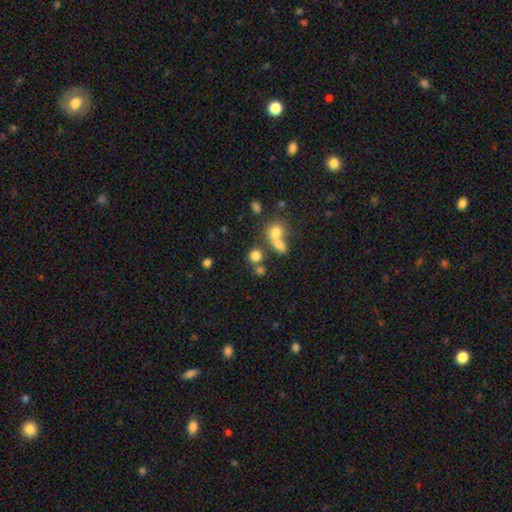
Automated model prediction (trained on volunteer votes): This is likely a smooth galaxy (76%). How rounded: clearly round (83%). Merging: possibly none (56%).